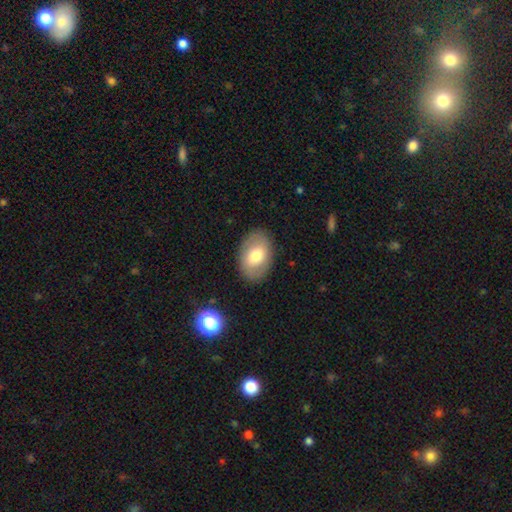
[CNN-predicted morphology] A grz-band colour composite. It shows a smooth galaxy with no disk features (68%) that is in between round and cigar-shaped (86%). Merging: none (86%).